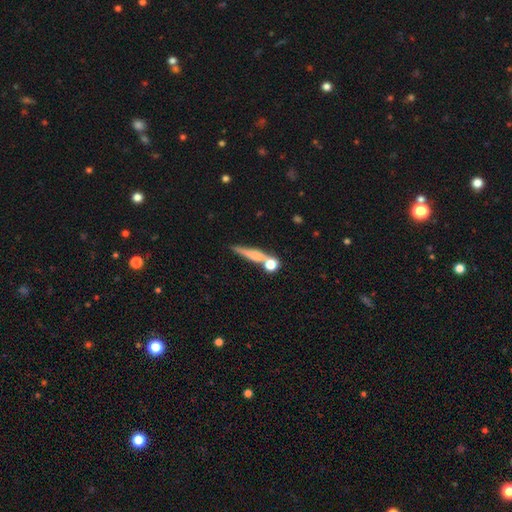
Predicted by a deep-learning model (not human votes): Overall: smooth (52%; featured or disk 37%). How rounded: cigar-shaped (70%). Merging: none (57%; merger 21%).